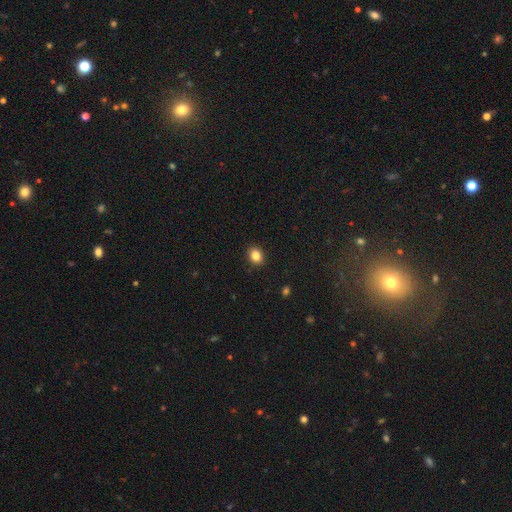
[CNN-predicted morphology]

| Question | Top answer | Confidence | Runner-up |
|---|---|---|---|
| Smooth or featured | smooth | 85% | star or artifact (10%) |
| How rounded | in between | 51% | round (48%) |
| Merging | none | 90% | minor disturbance (7%) |